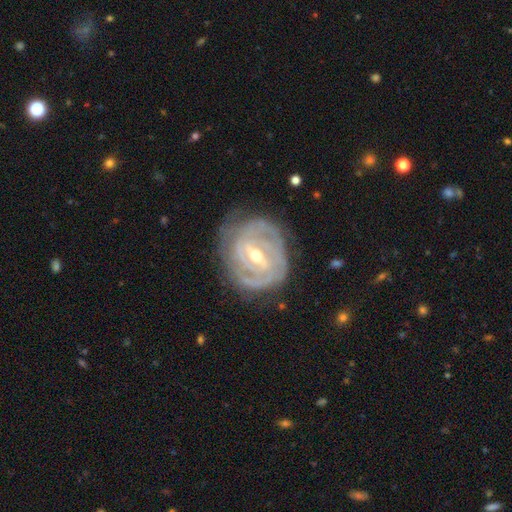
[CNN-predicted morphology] Smooth or featured: featured or disk — 89% (smooth — 6%)
Edge-on disk: no — 97% (yes — 3%)
Bar: weak — 47% (strong — 41%)
Spiral arms: yes — 95% (no — 5%)
Spiral winding: tight — 78% (medium — 19%)
Spiral arm count: 2 — 28% (tied with can't tell — 28%)
Bulge size: moderate — 56% (small — 40%)
Merging: none — 75% (minor disturbance — 18%)